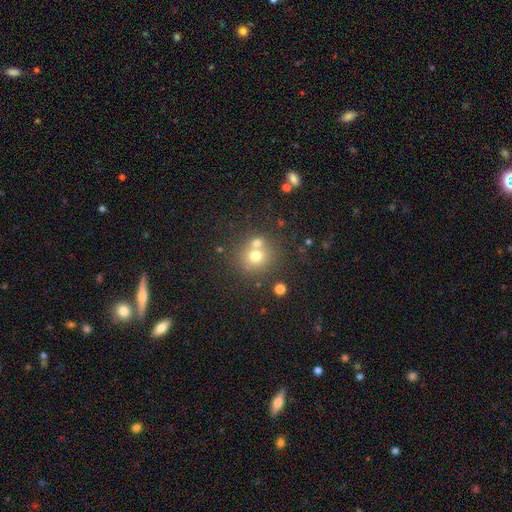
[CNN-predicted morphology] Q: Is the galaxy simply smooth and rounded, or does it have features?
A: smooth — 69%.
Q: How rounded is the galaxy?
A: round — 90%.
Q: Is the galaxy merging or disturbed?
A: none — 60%.